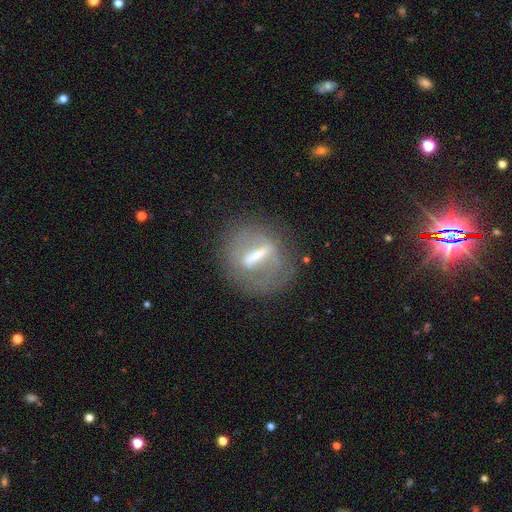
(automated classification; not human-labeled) Morphology: type=featured or disk (71%); edge-on=no (71%); bar=strong (79%); spiral arms=no (74%); bulge=moderate (42%); merging=none (74%).